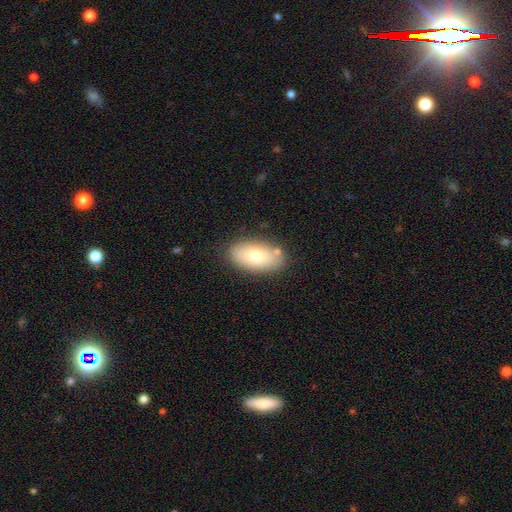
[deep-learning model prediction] This is likely a smooth galaxy (75%). How rounded: clearly in between (93%). Merging: clearly none (80%).